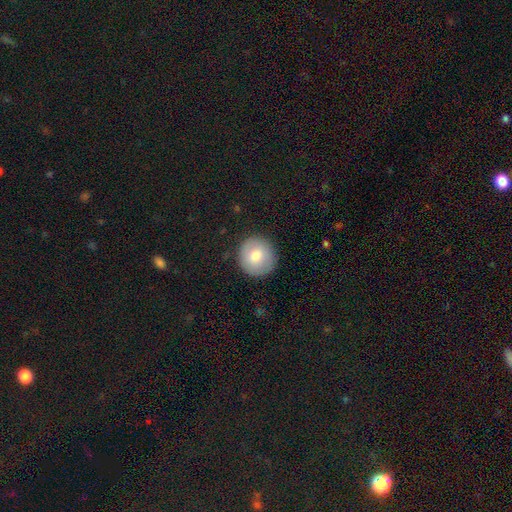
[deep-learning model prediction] A smooth galaxy with no disk features (76%) that is round (93%).

Vote fractions:
- Smooth or featured? smooth: 76% / featured or disk: 16% / star or artifact: 8%
- How rounded? round: 93% / in between: 6% / cigar-shaped: 1%
- Merging? none: 90% / minor disturbance: 7% / major disturbance: 2% / merger: 1%